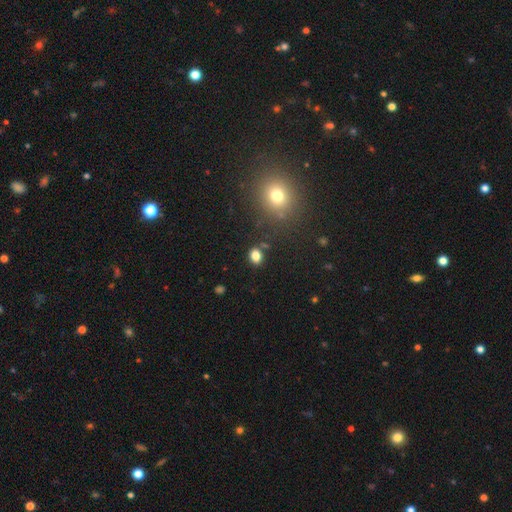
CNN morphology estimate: smooth_or_featured: smooth (p=0.81) [alt: star or artifact p=0.13]
how_rounded: in between (p=0.57) [alt: round p=0.42]
merging: none (p=0.81) [alt: minor disturbance p=0.11]